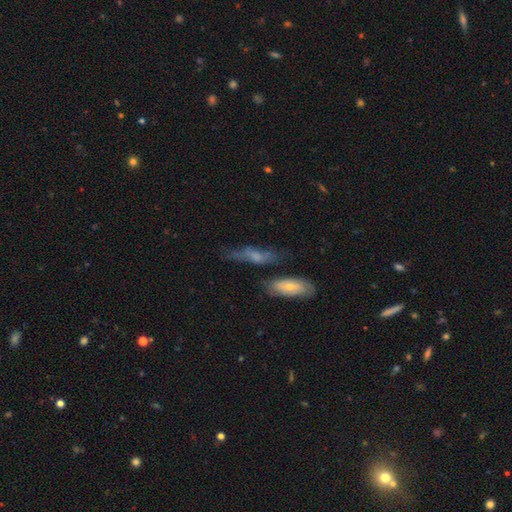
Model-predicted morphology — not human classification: A featured or disk galaxy (47%).

Vote fractions:
- Smooth or featured? featured or disk: 47% / smooth: 40% / star or artifact: 12%
- Merging? none: 56% / minor disturbance: 20% / merger: 15% / major disturbance: 9%